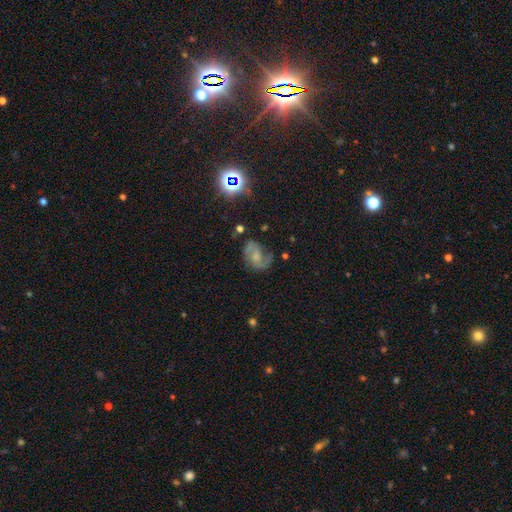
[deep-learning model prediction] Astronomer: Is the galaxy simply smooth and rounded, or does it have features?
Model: featured or disk — 70%.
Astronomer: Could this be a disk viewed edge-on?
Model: no — 97%.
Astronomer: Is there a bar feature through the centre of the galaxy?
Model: no — 56% (runner-up: weak, 36%).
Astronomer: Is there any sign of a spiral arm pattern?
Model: yes — 92%.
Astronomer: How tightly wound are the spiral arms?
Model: medium — 50% (runner-up: loose, 31%).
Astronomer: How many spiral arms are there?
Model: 2 — 75%.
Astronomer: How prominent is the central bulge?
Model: small — 40% (runner-up: moderate, 37%).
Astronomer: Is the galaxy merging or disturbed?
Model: none — 58%.